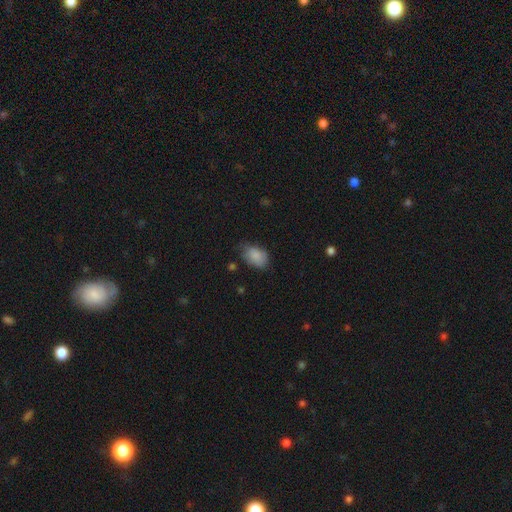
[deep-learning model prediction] smooth 85%, star or artifact 8%, featured or disk 7%. Down the decision tree: how rounded — in between (85%); merging — none (58%).